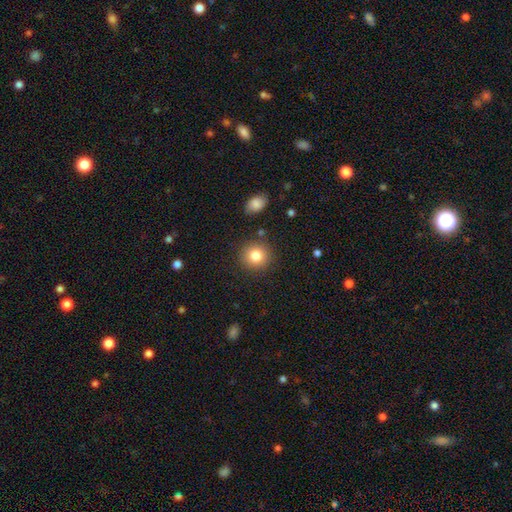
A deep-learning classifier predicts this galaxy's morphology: Q: Smooth or featured?
A: smooth (82%); runner-up: star or artifact (10%)
Q: How rounded?
A: round (90%); runner-up: in between (9%)
Q: Merging?
A: none (87%); runner-up: minor disturbance (7%)